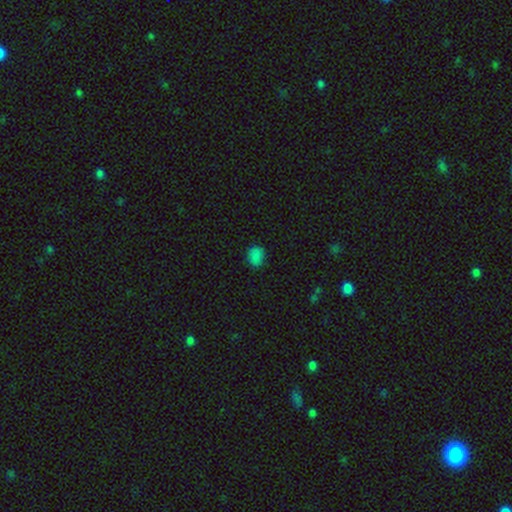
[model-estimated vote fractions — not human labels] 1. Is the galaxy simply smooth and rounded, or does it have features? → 80% smooth, 16% star or artifact, 4% featured or disk.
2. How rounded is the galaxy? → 52% in between, 47% round, 1% cigar-shaped.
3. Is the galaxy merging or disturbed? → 81% none, 14% minor disturbance, 3% major disturbance, 1% merger.